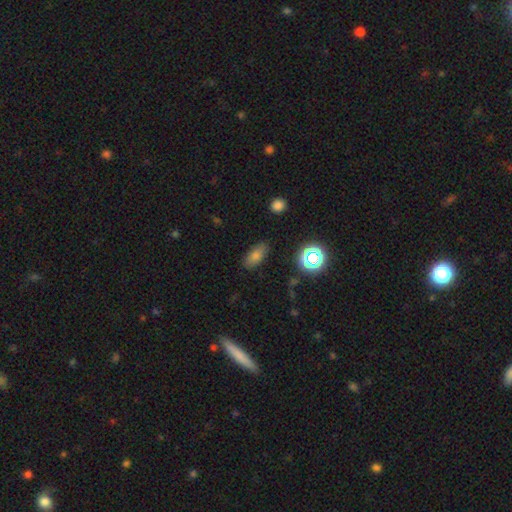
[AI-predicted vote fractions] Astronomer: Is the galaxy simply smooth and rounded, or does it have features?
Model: smooth — 72%.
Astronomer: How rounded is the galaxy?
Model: in between — 83%.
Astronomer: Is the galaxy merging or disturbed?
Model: none — 82%.